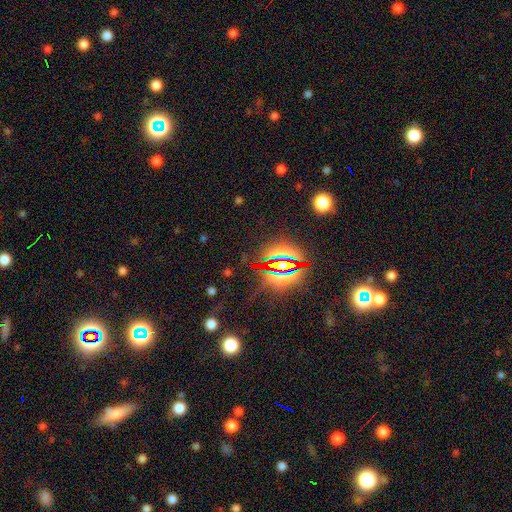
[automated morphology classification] Smooth or featured? star or artifact (81%)